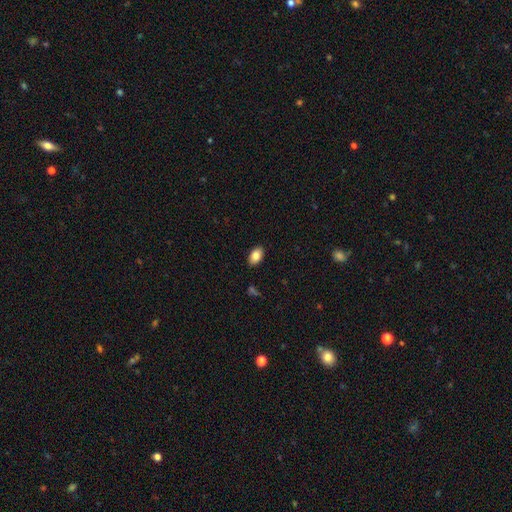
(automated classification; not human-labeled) Smooth or featured? Predicted: smooth (p=0.84). How rounded? Predicted: in between (p=0.91). Merging? Predicted: none (p=0.89).